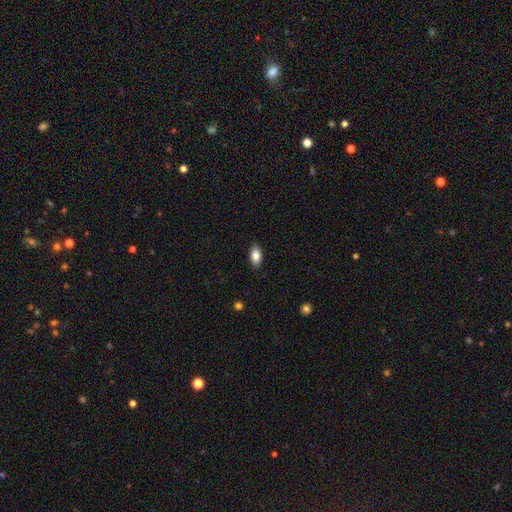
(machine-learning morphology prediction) A smooth galaxy with no disk features (84%) that is in between round and cigar-shaped (93%).

Vote fractions:
- Smooth or featured? smooth: 84% / featured or disk: 9% / star or artifact: 7%
- How rounded? in between: 93% / round: 4% / cigar-shaped: 3%
- Merging? none: 88% / minor disturbance: 9% / major disturbance: 2% / merger: 1%